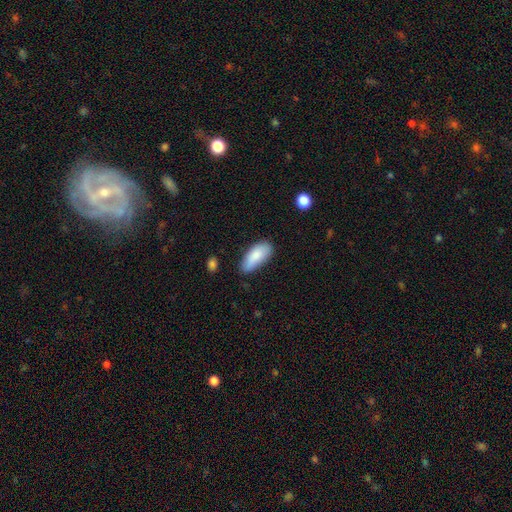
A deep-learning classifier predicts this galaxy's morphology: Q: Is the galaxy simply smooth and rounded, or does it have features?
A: smooth — 84%.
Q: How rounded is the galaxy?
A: in between — 87%.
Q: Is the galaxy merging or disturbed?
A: none — 67%.